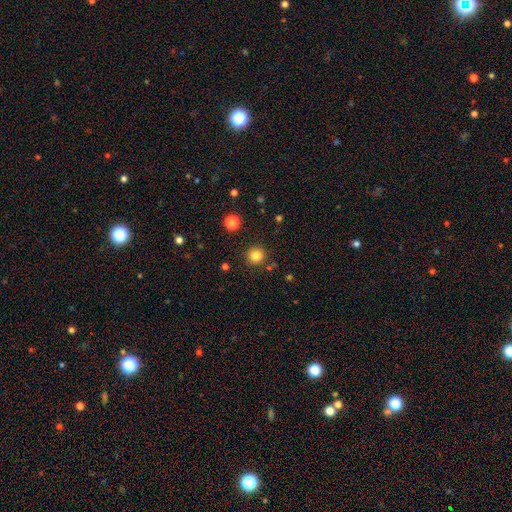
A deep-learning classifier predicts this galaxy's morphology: type=smooth (82%); roundness=round (95%); merging=none (89%).